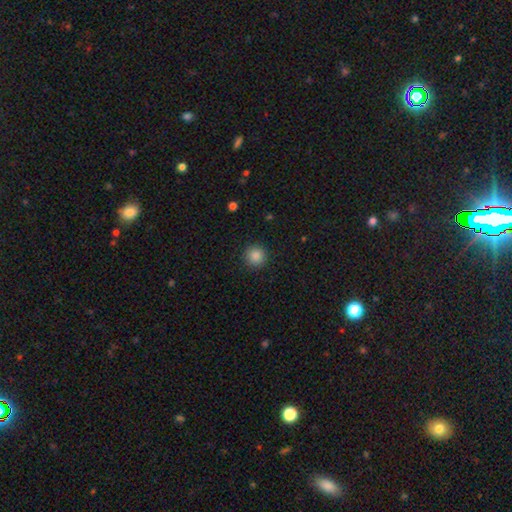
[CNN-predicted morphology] The model was most divided on "smooth or featured": smooth: 87%, star or artifact: 10%, featured or disk: 3%. More confident: how rounded — round (95%); merging — none (91%).